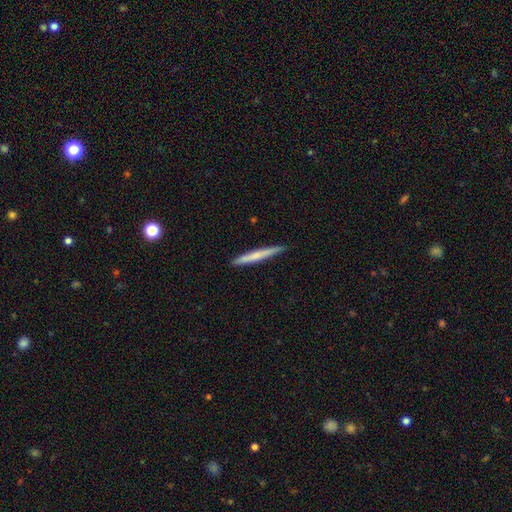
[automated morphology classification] A smooth galaxy with no disk features (58%) that is cigar-shaped (97%). Merging: none (90%).